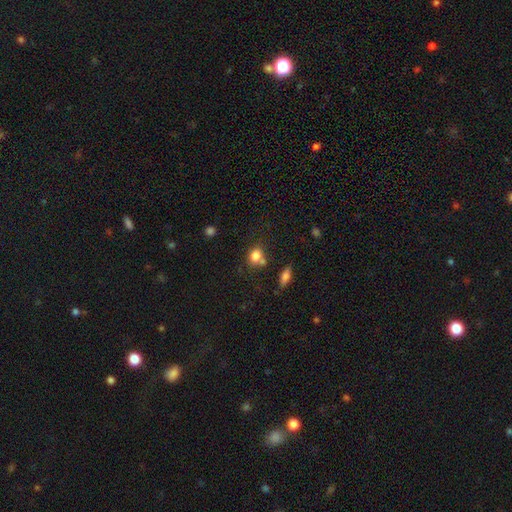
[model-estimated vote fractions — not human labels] Smooth or featured?
  - smooth: 80% *
  - star or artifact: 11%
  - featured or disk: 9%
How rounded?
  - in between: 49% * (tied)
  - round: 49% * (tied)
  - cigar-shaped: 2%
Merging?
  - none: 51% *
  - merger: 29%
  - minor disturbance: 15%
  - major disturbance: 5%